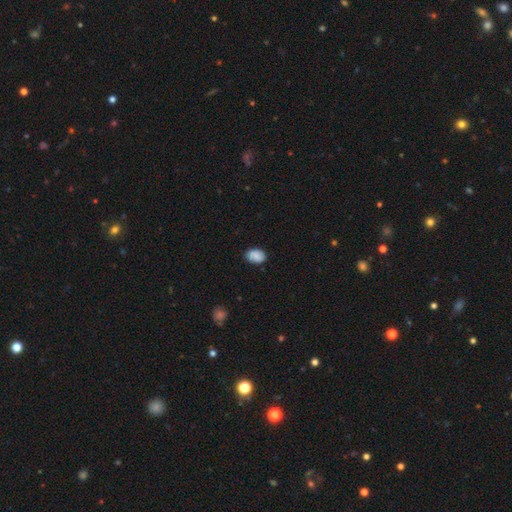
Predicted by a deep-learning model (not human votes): A smooth galaxy with no disk features (88%) that is in between round and cigar-shaped (83%).

Vote fractions:
- Smooth or featured? smooth: 88% / star or artifact: 7% / featured or disk: 5%
- How rounded? in between: 83% / round: 16% / cigar-shaped: 1%
- Merging? none: 82% / minor disturbance: 14% / major disturbance: 2% / merger: 1%